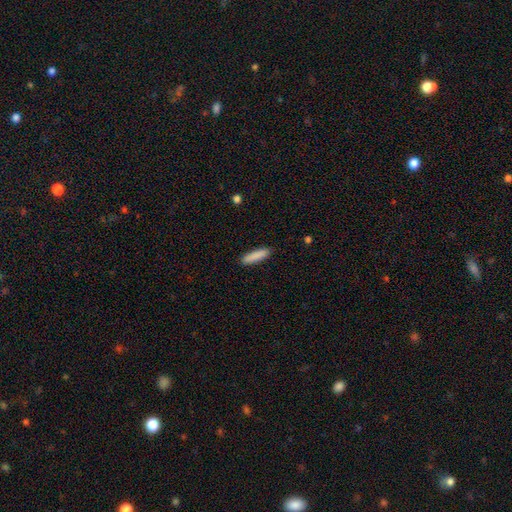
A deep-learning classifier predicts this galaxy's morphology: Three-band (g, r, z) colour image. It shows a smooth galaxy with no disk features (88%) that is cigar-shaped (78%). Merging: none (89%).